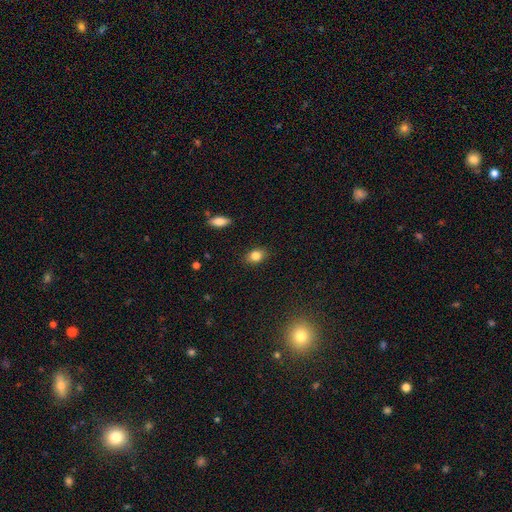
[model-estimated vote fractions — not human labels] This is clearly a smooth galaxy (82%). How rounded: likely in between (70%). Merging: clearly none (86%).